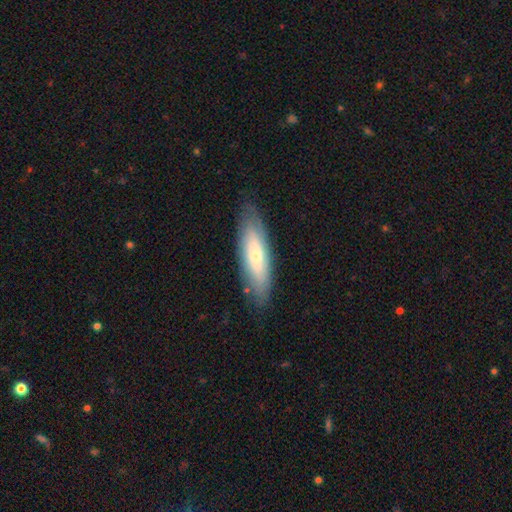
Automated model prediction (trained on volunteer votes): Smooth or featured?
  - smooth: 53% *
  - featured or disk: 41%
  - star or artifact: 6%
How rounded?
  - cigar-shaped: 54% *
  - in between: 45%
  - round: 2%
Merging?
  - none: 82% *
  - minor disturbance: 14%
  - major disturbance: 3%
  - merger: 1%